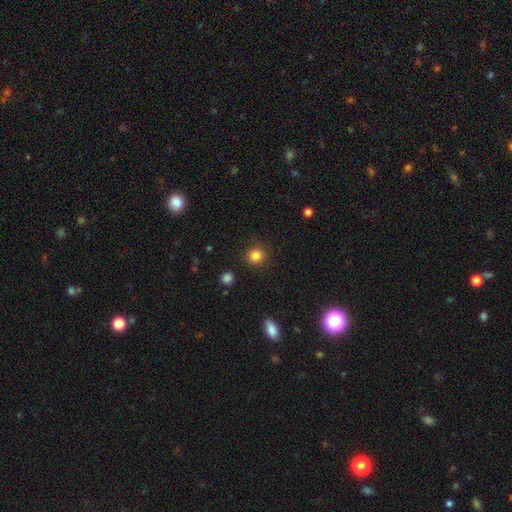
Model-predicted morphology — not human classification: type=smooth (84%); roundness=round (92%); merging=none (89%).